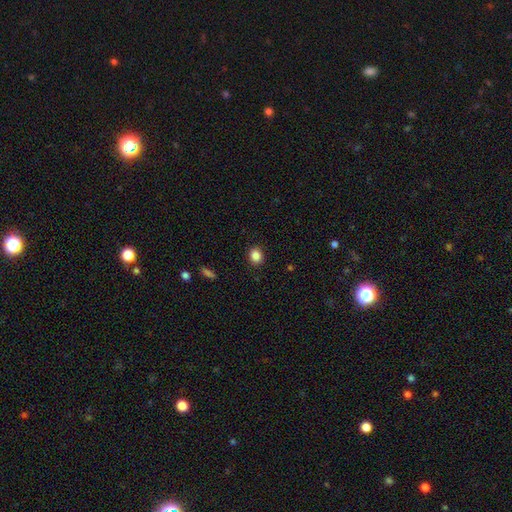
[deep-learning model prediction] The model was most divided on "how rounded": round: 69%, in between: 30%, cigar-shaped: 1%. More confident: merging — none (90%); smooth or featured — smooth (86%).